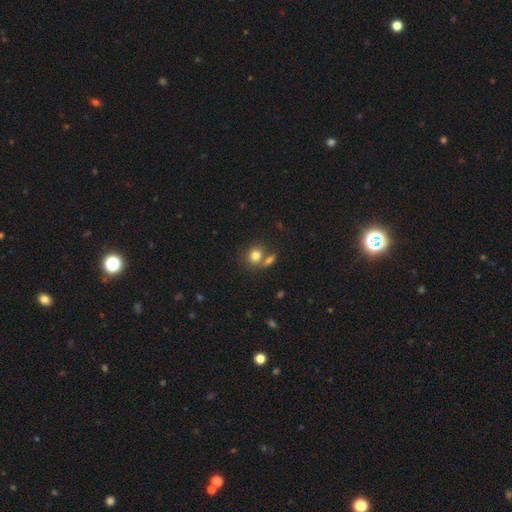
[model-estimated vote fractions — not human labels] Morphology: type=smooth (80%); roundness=round (67%); merging=none (54%).